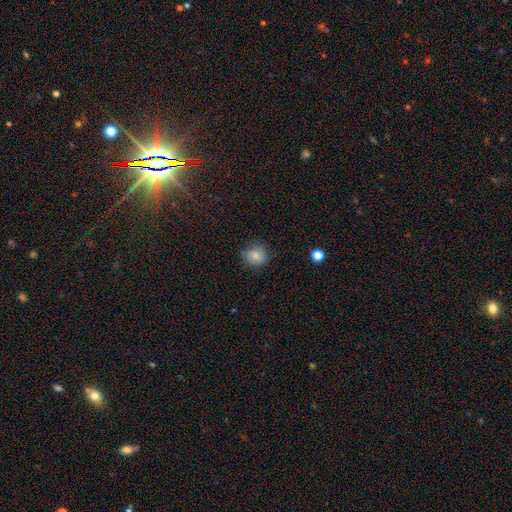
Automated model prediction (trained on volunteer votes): Morphology: type=smooth (79%); roundness=round (79%); merging=none (75%).